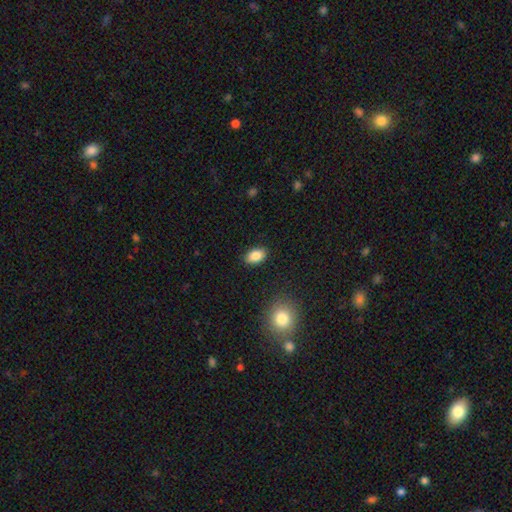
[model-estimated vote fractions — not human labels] A smooth galaxy with no disk features (86%) that is in between round and cigar-shaped (89%).

Vote fractions:
- Smooth or featured? smooth: 86% / star or artifact: 8% / featured or disk: 6%
- How rounded? in between: 89% / round: 9% / cigar-shaped: 2%
- Merging? none: 87% / minor disturbance: 9% / major disturbance: 2% / merger: 1%